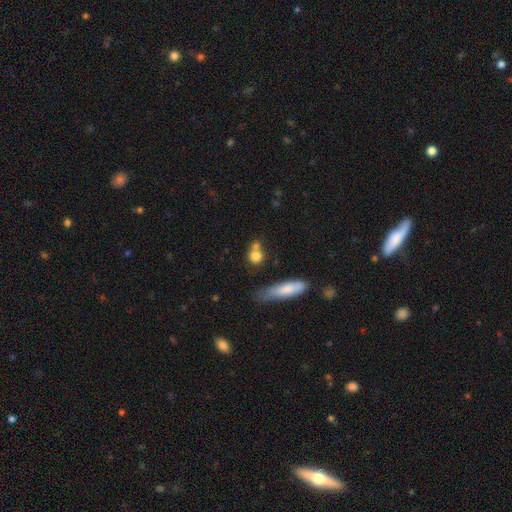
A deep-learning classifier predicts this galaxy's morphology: The model was most divided on "merging": none: 44%, merger: 37%, minor disturbance: 13%, major disturbance: 6%. More confident: smooth or featured — smooth (78%); how rounded — round (69%).